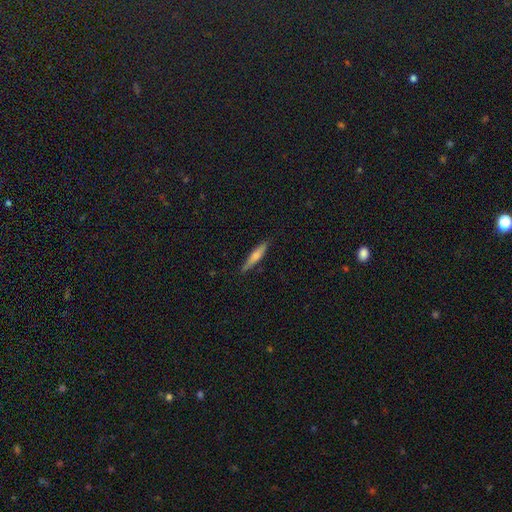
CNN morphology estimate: Smooth or featured?
  - smooth: 52% *
  - featured or disk: 40%
  - star or artifact: 7%
How rounded?
  - cigar-shaped: 90% *
  - in between: 8%
  - round: 2%
Merging?
  - none: 88% *
  - minor disturbance: 9%
  - major disturbance: 2%
  - merger: 1%